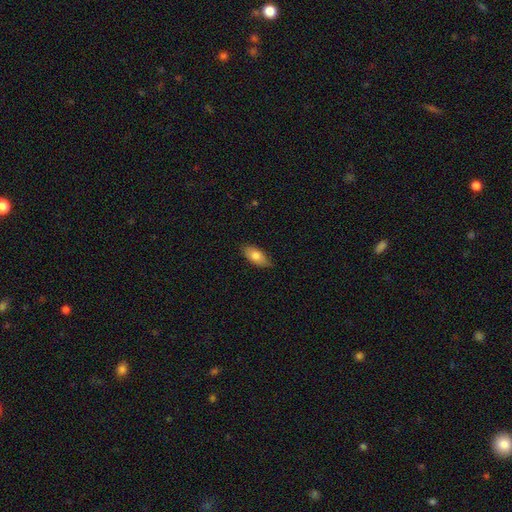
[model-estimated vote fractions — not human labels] smooth 78%, featured or disk 15%, star or artifact 6%. Down the decision tree: how rounded — in between (89%); merging — none (79%).